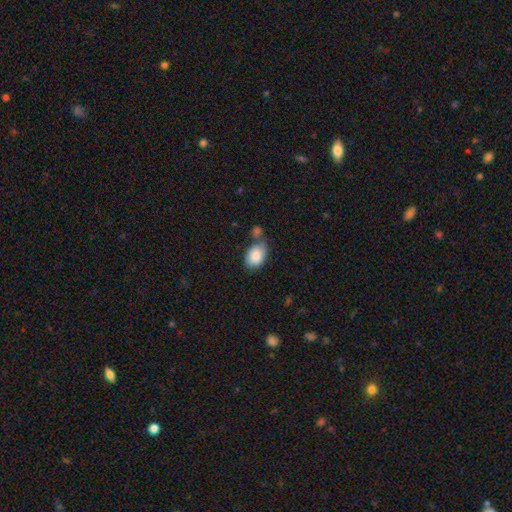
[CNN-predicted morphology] Smooth or featured? Predicted: smooth (p=0.85). How rounded? Predicted: in between (p=0.86). Merging? Predicted: none (p=0.48).